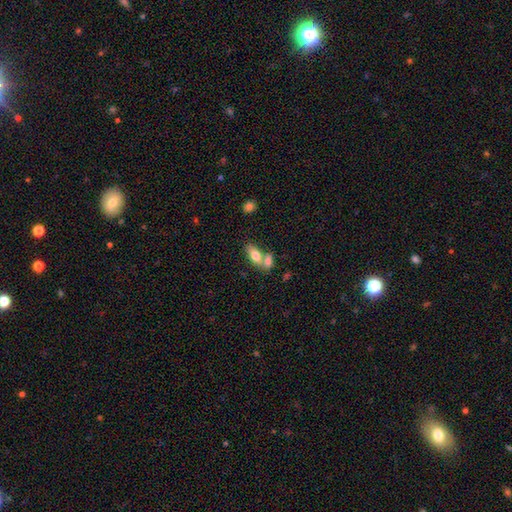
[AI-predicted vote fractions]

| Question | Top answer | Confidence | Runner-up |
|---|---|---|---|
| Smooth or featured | smooth | 72% | featured or disk (21%) |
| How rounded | in between | 81% | cigar-shaped (15%) |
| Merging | merger | 48% | none (39%) |